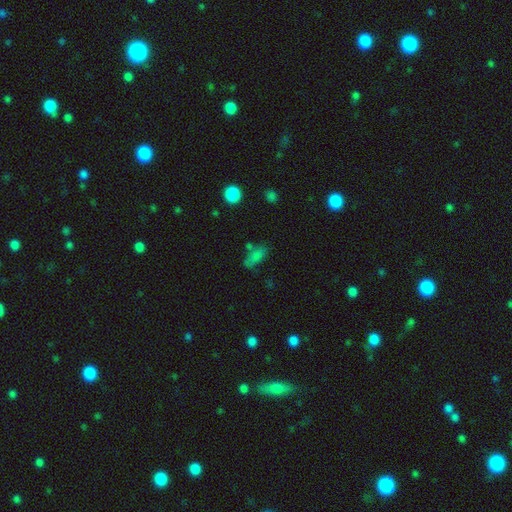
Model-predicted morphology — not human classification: smooth 76%, star or artifact 13%, featured or disk 12%. Down the decision tree: how rounded — in between (75%); merging — none (57%).